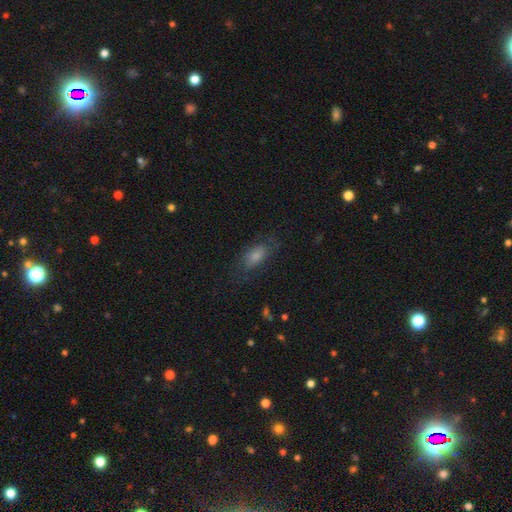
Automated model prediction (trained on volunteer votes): Smooth or featured: smooth — 54% (featured or disk — 28%)
How rounded: in between — 79% (cigar-shaped — 11%)
Merging: none — 69% (minor disturbance — 18%)